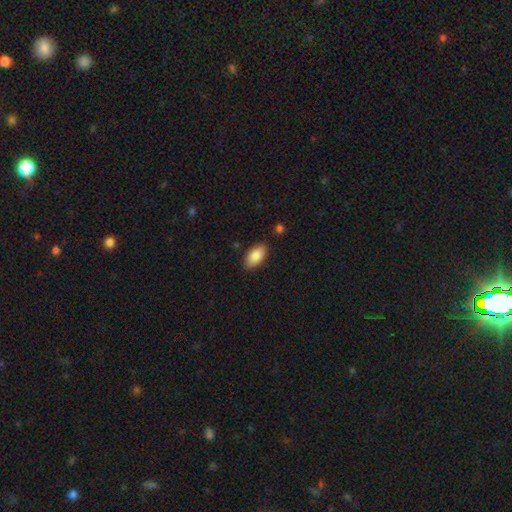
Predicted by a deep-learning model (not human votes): A smooth galaxy with no disk features (86%) that is in between round and cigar-shaped (93%).

Vote fractions:
- Smooth or featured? smooth: 86% / featured or disk: 8% / star or artifact: 6%
- How rounded? in between: 93% / cigar-shaped: 4% / round: 3%
- Merging? none: 86% / minor disturbance: 10% / major disturbance: 2% / merger: 2%